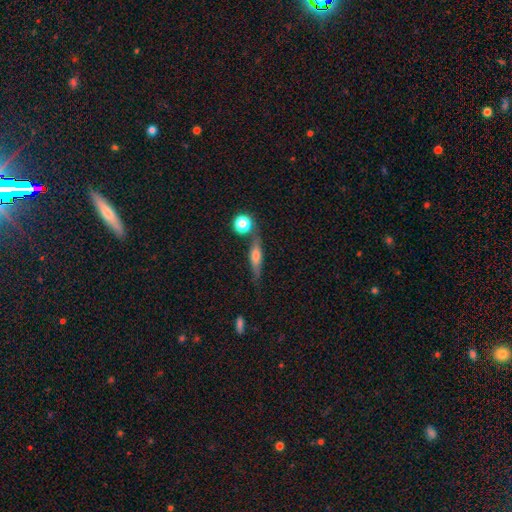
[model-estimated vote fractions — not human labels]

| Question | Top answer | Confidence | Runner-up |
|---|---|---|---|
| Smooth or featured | featured or disk | 47% | smooth (43%) |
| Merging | none | 66% | minor disturbance (15%) |